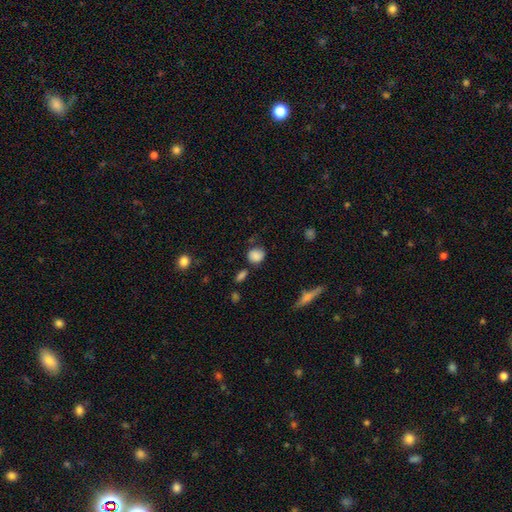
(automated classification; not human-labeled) smooth-or-featured: smooth: 83% | star or artifact: 10% | featured or disk: 7%
  how-rounded: round: 72% | in between: 26% | cigar-shaped: 2%
  merging: none: 67% | minor disturbance: 21% | merger: 6% | major disturbance: 6%